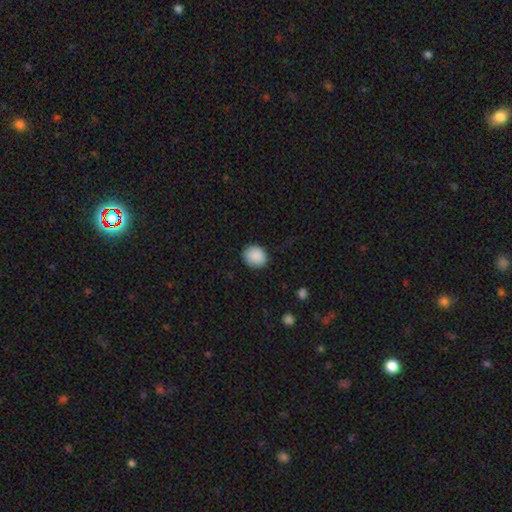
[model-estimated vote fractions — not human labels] A smooth galaxy with no disk features (90%) that is round (66%).

Vote fractions:
- Smooth or featured? smooth: 90% / star or artifact: 7% / featured or disk: 3%
- How rounded? round: 66% / in between: 33% / cigar-shaped: 1%
- Merging? none: 87% / minor disturbance: 10% / major disturbance: 2% / merger: 1%